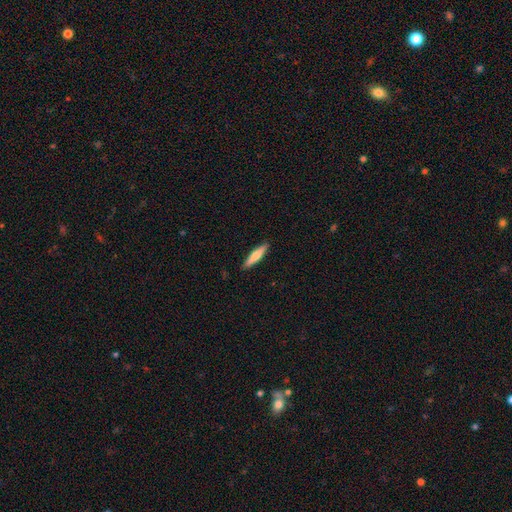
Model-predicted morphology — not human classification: Smooth or featured? Predicted: smooth (p=0.65). How rounded? Predicted: cigar-shaped (p=0.85). Merging? Predicted: none (p=0.90).